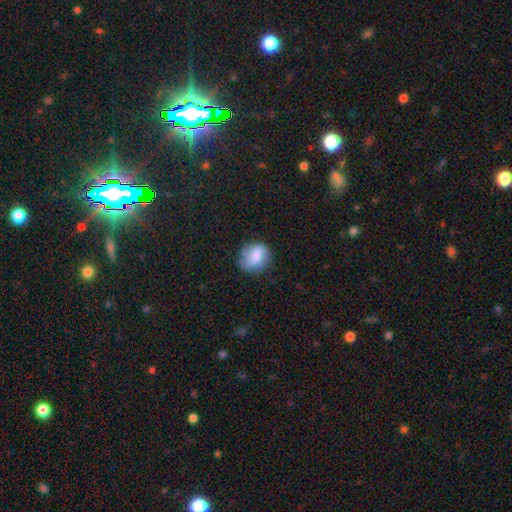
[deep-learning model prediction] Smooth or featured: smooth — 69% (featured or disk — 23%)
How rounded: round — 71% (in between — 28%)
Merging: none — 70% (minor disturbance — 21%)